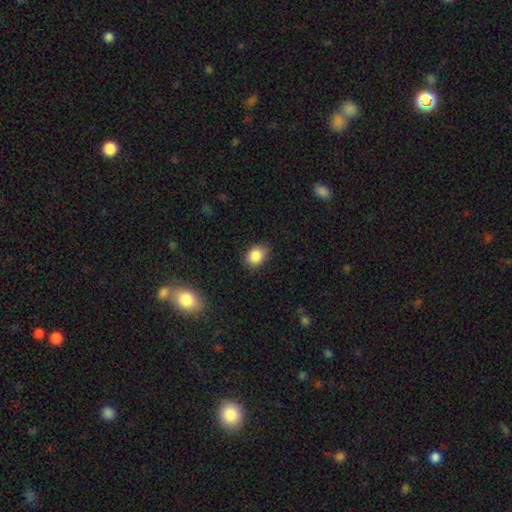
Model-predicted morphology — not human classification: A smooth galaxy with no disk features (87%) that is in between round and cigar-shaped (63%). Merging: none (81%).